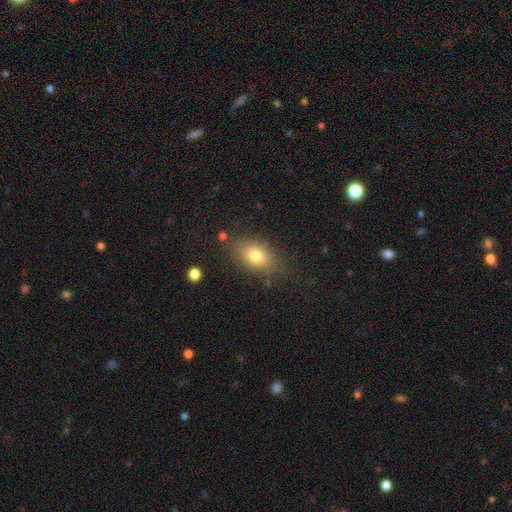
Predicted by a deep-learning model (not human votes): A smooth galaxy with no disk features (77%) that is in between round and cigar-shaped (82%). Merging: none (79%).